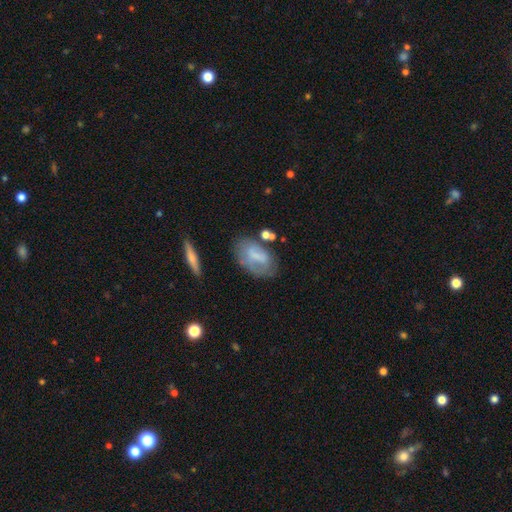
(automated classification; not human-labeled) smooth_or_featured: smooth (p=0.55) [alt: featured or disk p=0.37]
how_rounded: in between (p=0.87) [alt: round p=0.09]
merging: none (p=0.53) [alt: minor disturbance p=0.26]